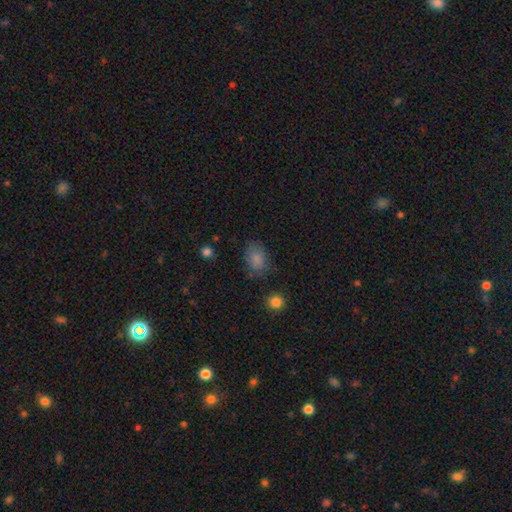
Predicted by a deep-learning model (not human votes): Smooth or featured? Predicted: smooth (p=0.79). How rounded? Predicted: in between (p=0.76). Merging? Predicted: none (p=0.74).